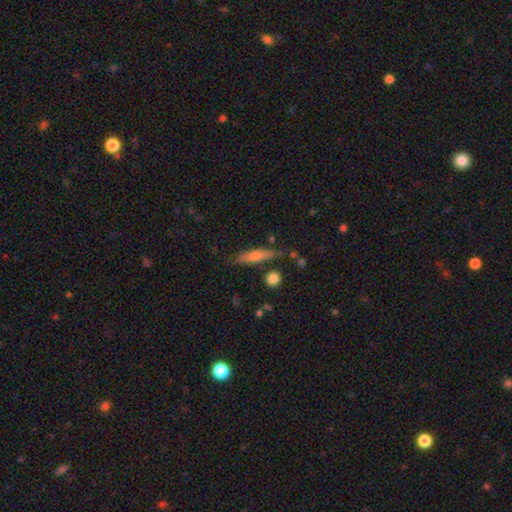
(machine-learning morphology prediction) A smooth galaxy with no disk features (52%) that is cigar-shaped (84%). Merging: none (78%).